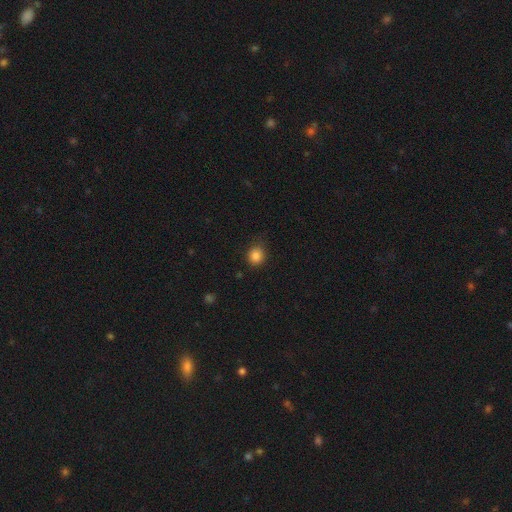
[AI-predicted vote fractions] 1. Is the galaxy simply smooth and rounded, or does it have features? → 85% smooth, 11% star or artifact, 4% featured or disk.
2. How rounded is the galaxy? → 85% round, 15% in between, 1% cigar-shaped.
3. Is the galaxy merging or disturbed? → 81% none, 14% minor disturbance, 3% major disturbance, 1% merger.